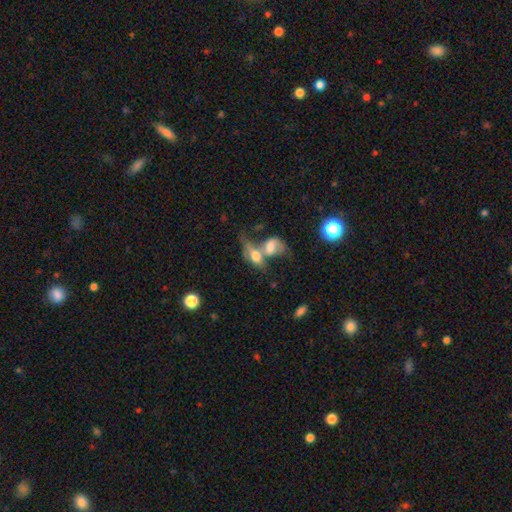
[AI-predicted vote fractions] Smooth or featured?
  - smooth: 54% *
  - featured or disk: 36%
  - star or artifact: 10%
How rounded?
  - in between: 75% *
  - round: 14%
  - cigar-shaped: 11%
Merging?
  - merger: 73% *
  - none: 13%
  - major disturbance: 8%
  - minor disturbance: 7%